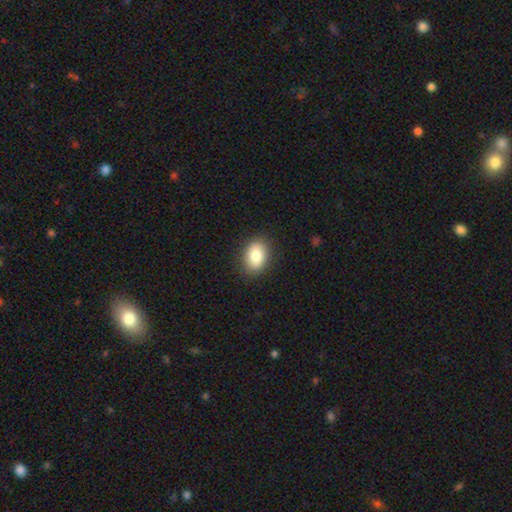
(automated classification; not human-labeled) Overall: smooth (84%). How rounded: in between (80%). Merging: none (88%).